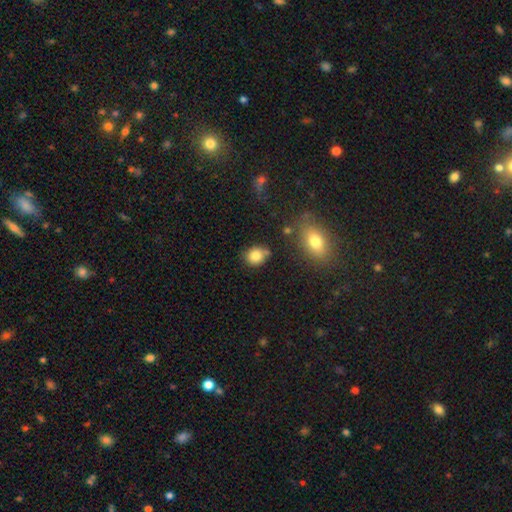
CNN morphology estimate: A smooth galaxy with no disk features (83%) that is round (67%). Merging: none (64%).